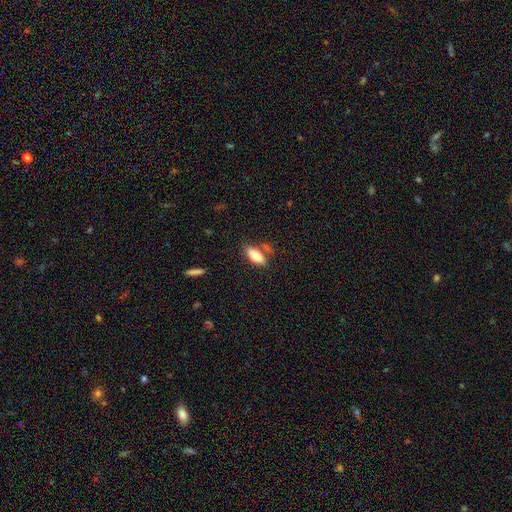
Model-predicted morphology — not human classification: A smooth galaxy with no disk features (80%) that is in between round and cigar-shaped (84%).

Vote fractions:
- Smooth or featured? smooth: 80% / featured or disk: 13% / star or artifact: 7%
- How rounded? in between: 84% / cigar-shaped: 14% / round: 3%
- Merging? none: 70% / minor disturbance: 15% / merger: 11% / major disturbance: 4%